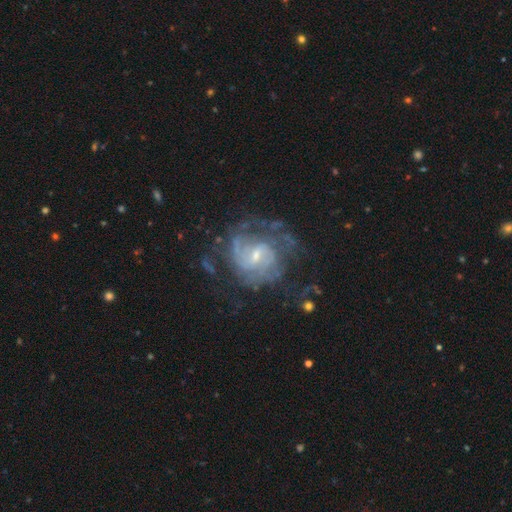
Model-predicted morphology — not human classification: Q: Smooth or featured?
A: featured or disk (84%); runner-up: smooth (9%)
Q: Edge-on disk?
A: no (98%); runner-up: yes (2%)
Q: Bar?
A: weak (57%); runner-up: no (31%)
Q: Spiral arms?
A: yes (91%); runner-up: no (9%)
Q: Spiral winding?
A: tight (49%); runner-up: medium (38%)
Q: Spiral arm count?
A: can't tell (37%); runner-up: 2 (33%)
Q: Bulge size?
A: small (63%); runner-up: moderate (30%)
Q: Merging?
A: none (58%); runner-up: major disturbance (20%)